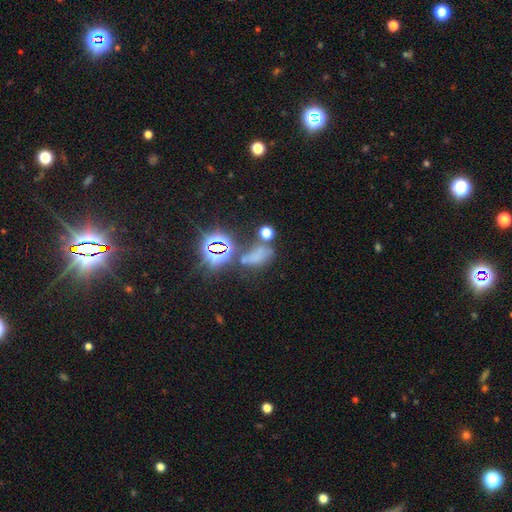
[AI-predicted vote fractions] Smooth or featured? Predicted: smooth (p=0.44). Merging? Predicted: none (p=0.38).